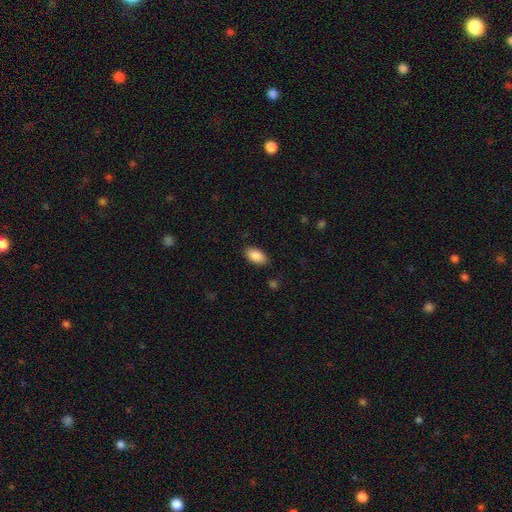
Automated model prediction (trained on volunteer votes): smooth 88%, star or artifact 7%, featured or disk 5%. Down the decision tree: how rounded — in between (94%); merging — none (87%).